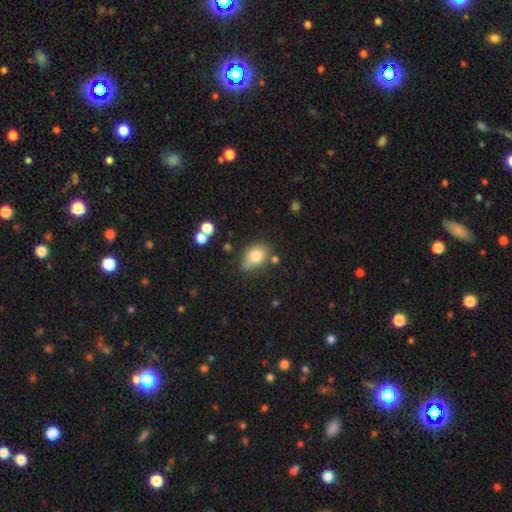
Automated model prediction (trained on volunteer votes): Q: Smooth or featured?
A: smooth (78%); runner-up: featured or disk (12%)
Q: How rounded?
A: in between (59%); runner-up: round (39%)
Q: Merging?
A: none (60%); runner-up: minor disturbance (24%)